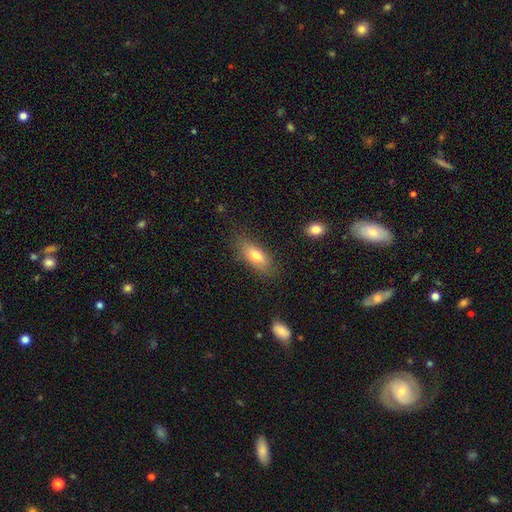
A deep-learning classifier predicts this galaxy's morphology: smooth_or_featured: smooth (p=0.74) [alt: featured or disk p=0.18]
how_rounded: in between (p=0.77) [alt: cigar-shaped p=0.19]
merging: none (p=0.80) [alt: minor disturbance p=0.15]